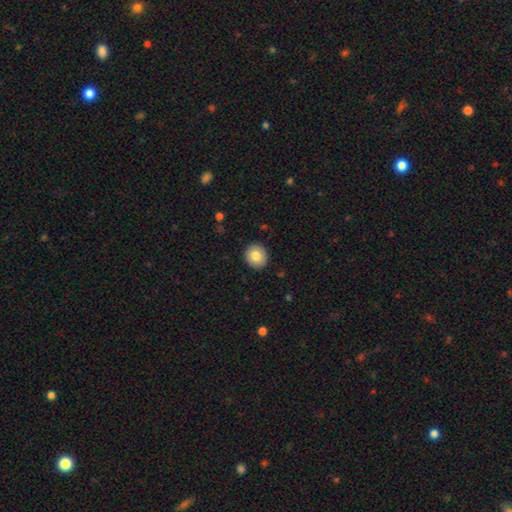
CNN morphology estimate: This appears to be a smooth galaxy with no disk features (82%) that is round (82%). Merging: none (91%).